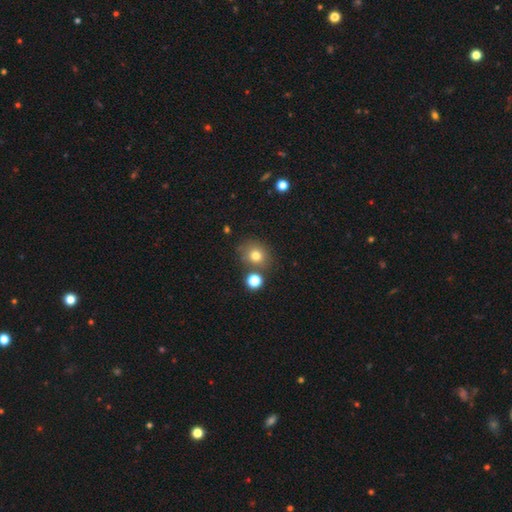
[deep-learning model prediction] Q: Smooth or featured?
A: smooth (76%); runner-up: star or artifact (14%)
Q: How rounded?
A: round (72%); runner-up: in between (27%)
Q: Merging?
A: none (70%); runner-up: minor disturbance (13%)